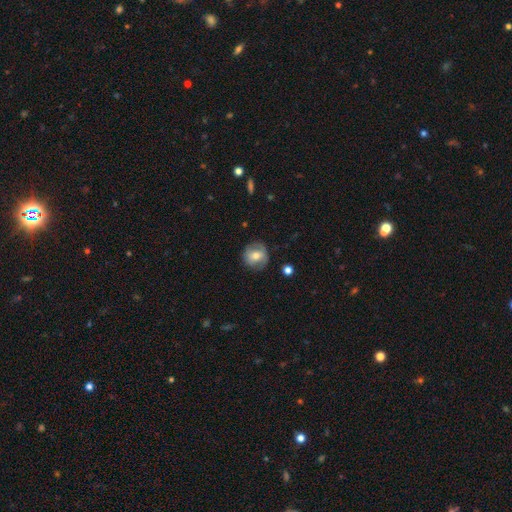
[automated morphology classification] The model was most divided on "smooth or featured": smooth: 53%, featured or disk: 39%, star or artifact: 8%. More confident: how rounded — round (86%); merging — none (78%).